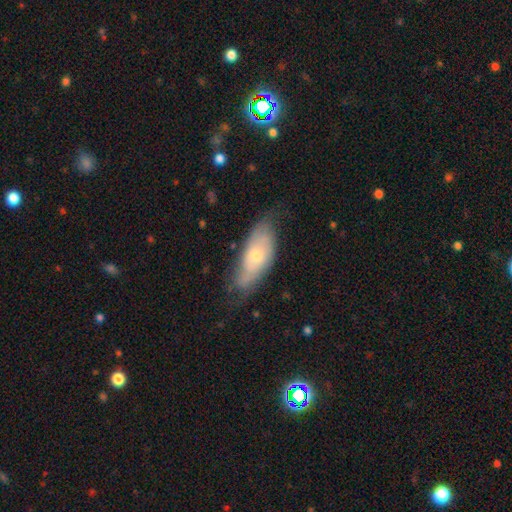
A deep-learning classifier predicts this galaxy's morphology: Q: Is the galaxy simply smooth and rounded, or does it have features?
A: featured or disk — 49%.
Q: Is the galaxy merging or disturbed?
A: none — 61%.